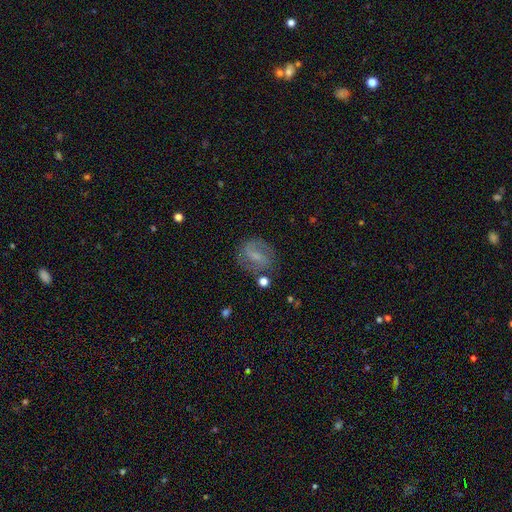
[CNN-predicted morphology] smooth-or-featured: featured or disk: 59% | smooth: 31% | star or artifact: 10%
  disk-edge-on: no: 96% | yes: 4%
    bar: weak: 46% | strong: 32% | no: 22%
    has-spiral-arms: yes: 80% | no: 20%
    bulge-size: small: 43% | none: 30% | moderate: 23% | large: 3% | dominant: 1%
  merging: none: 71% | minor disturbance: 17% | major disturbance: 8% | merger: 4%